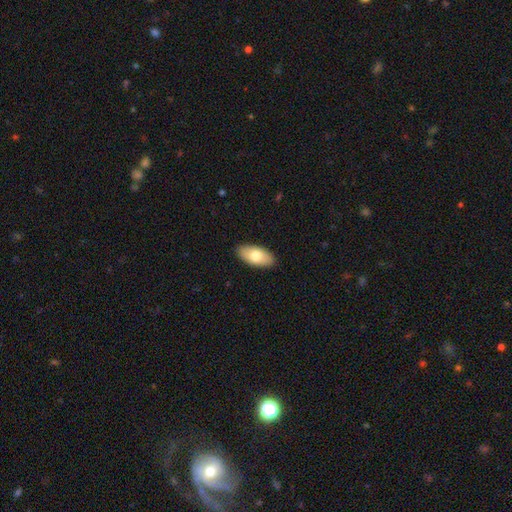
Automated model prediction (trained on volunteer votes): A smooth galaxy with no disk features (75%) that is in between round and cigar-shaped (93%).

Vote fractions:
- Smooth or featured? smooth: 75% / featured or disk: 19% / star or artifact: 6%
- How rounded? in between: 93% / cigar-shaped: 5% / round: 3%
- Merging? none: 89% / minor disturbance: 8% / major disturbance: 2% / merger: 1%